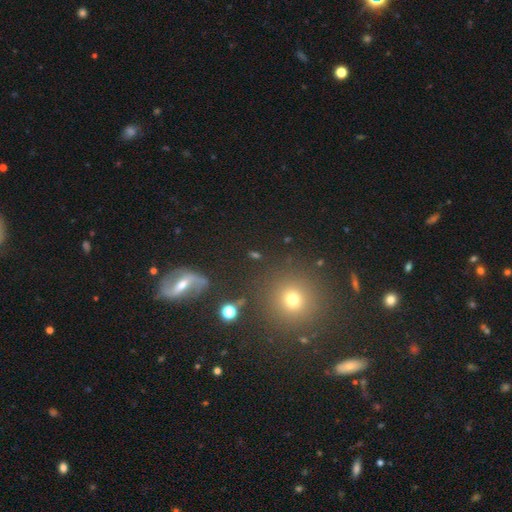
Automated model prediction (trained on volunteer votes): Smooth or featured? Predicted: smooth (p=0.38). Merging? Predicted: none (p=0.78).